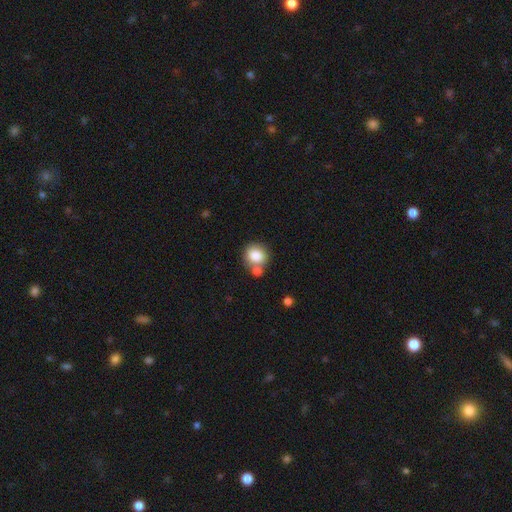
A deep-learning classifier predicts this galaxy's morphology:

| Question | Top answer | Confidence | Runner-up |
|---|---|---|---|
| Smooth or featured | smooth | 82% | featured or disk (9%) |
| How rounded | round | 83% | in between (17%) |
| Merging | none | 57% | merger (29%) |